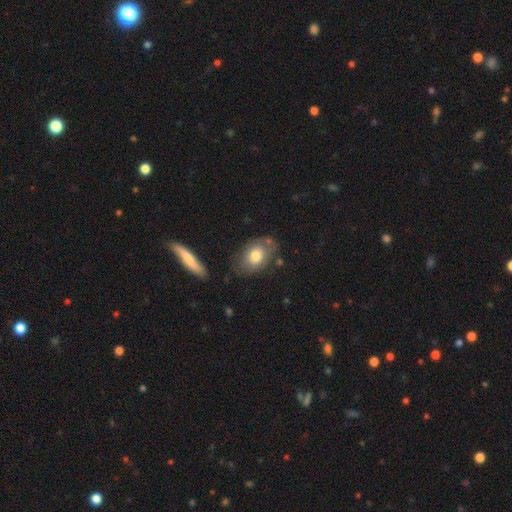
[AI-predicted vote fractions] This is likely a smooth galaxy (72%). How rounded: likely in between (79%). Merging: likely none (67%).